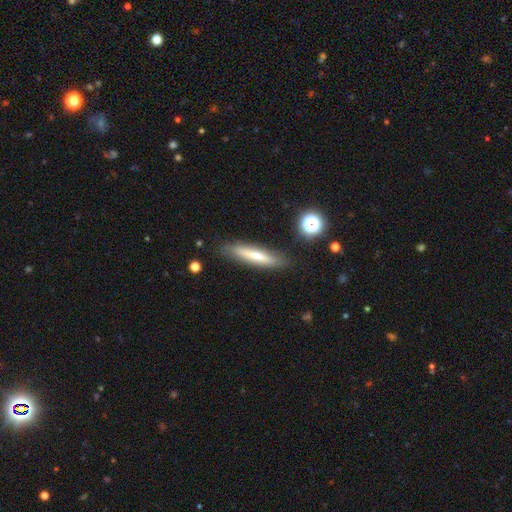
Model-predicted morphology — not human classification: Smooth or featured?
  - smooth: 62% *
  - featured or disk: 30%
  - star or artifact: 8%
How rounded?
  - cigar-shaped: 87% *
  - in between: 12%
  - round: 2%
Merging?
  - none: 83% *
  - minor disturbance: 12%
  - major disturbance: 3%
  - merger: 2%